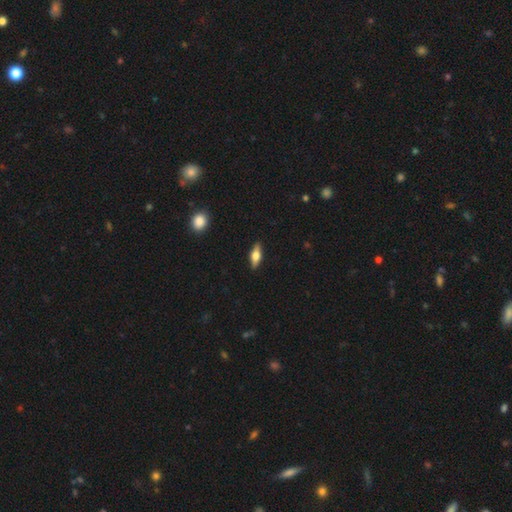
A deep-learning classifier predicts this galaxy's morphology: A smooth galaxy with no disk features (52%) that is in between round and cigar-shaped (61%).

Vote fractions:
- Smooth or featured? smooth: 52% / featured or disk: 42% / star or artifact: 6%
- How rounded? in between: 61% / cigar-shaped: 36% / round: 4%
- Merging? none: 89% / minor disturbance: 8% / major disturbance: 2% / merger: 1%